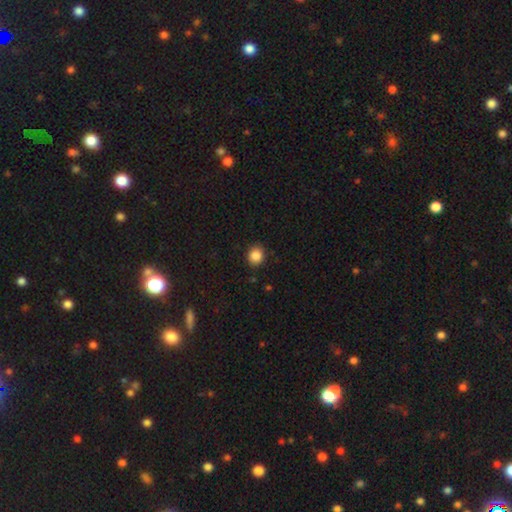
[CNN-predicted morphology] smooth_or_featured: smooth (p=0.86) [alt: star or artifact p=0.10]
how_rounded: round (p=0.82) [alt: in between p=0.17]
merging: none (p=0.90) [alt: minor disturbance p=0.07]